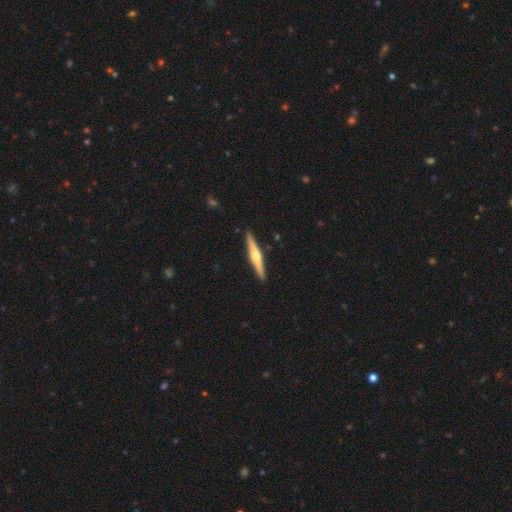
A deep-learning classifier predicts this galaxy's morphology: type=featured or disk (61%); edge-on=yes (98%); edge-on bulge=rounded (83%); merging=none (91%).